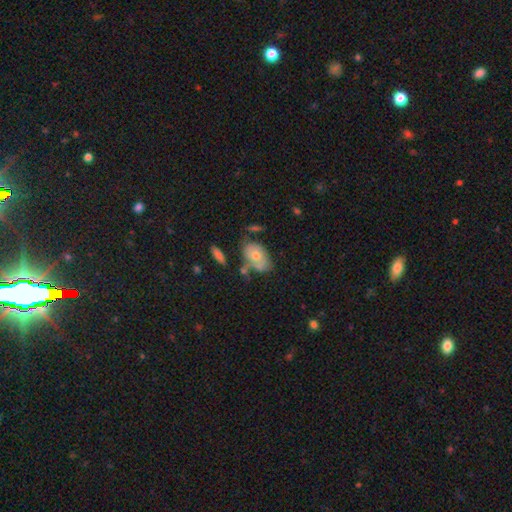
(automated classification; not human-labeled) The model was most divided on "merging": none: 46%, minor disturbance: 26%, merger: 18%, major disturbance: 10%. More confident: how rounded — in between (85%); smooth or featured — smooth (62%).